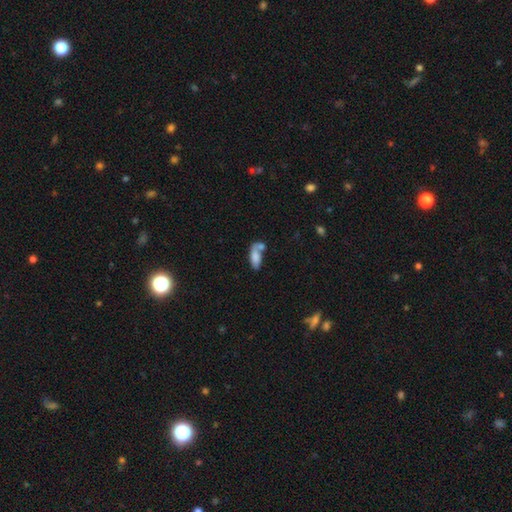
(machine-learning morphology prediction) A smooth galaxy with no disk features (77%) that is in between round and cigar-shaped (79%).

Vote fractions:
- Smooth or featured? smooth: 77% / featured or disk: 15% / star or artifact: 8%
- How rounded? in between: 79% / cigar-shaped: 18% / round: 3%
- Merging? merger: 45% / none: 32% / minor disturbance: 14% / major disturbance: 9%